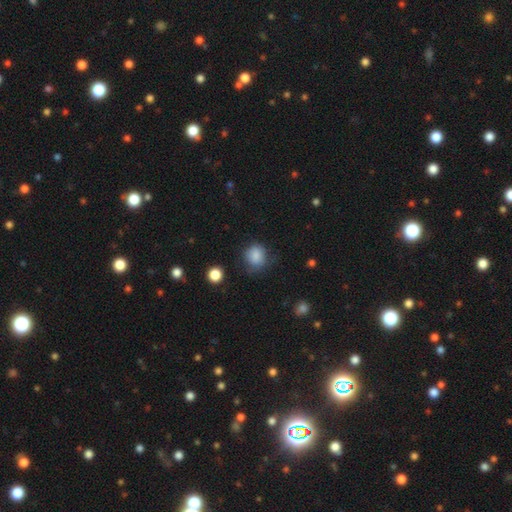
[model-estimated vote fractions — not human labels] Q: Smooth or featured?
A: smooth (85%); runner-up: star or artifact (9%)
Q: How rounded?
A: round (79%); runner-up: in between (20%)
Q: Merging?
A: none (69%); runner-up: minor disturbance (22%)